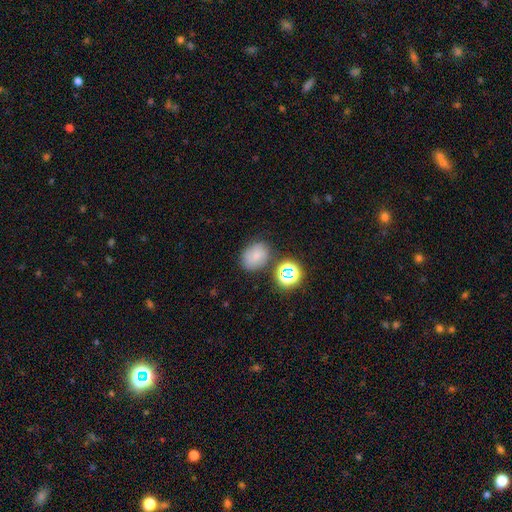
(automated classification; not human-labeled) Overall: smooth (67%). How rounded: in between (51%; round 48%). Merging: none (72%).